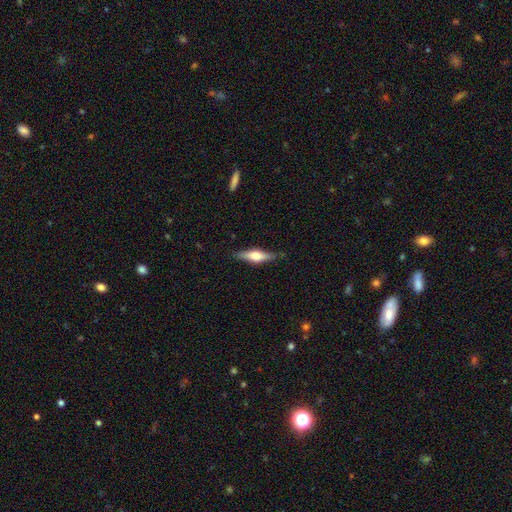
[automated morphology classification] Smooth or featured: featured or disk — 56% (smooth — 38%)
Edge-on disk: yes — 95% (no — 5%)
Edge-on bulge: rounded — 92% (boxy — 6%)
Merging: none — 84% (minor disturbance — 12%)